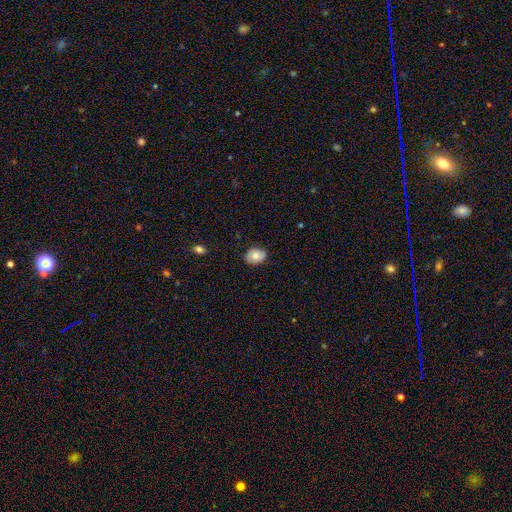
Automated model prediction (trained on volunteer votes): Smooth or featured: smooth — 78% (featured or disk — 14%)
How rounded: in between — 68% (round — 31%)
Merging: none — 82% (minor disturbance — 14%)